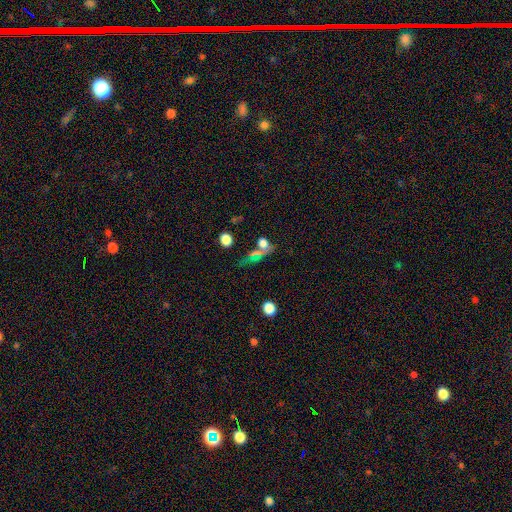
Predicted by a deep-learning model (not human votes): smooth-or-featured: smooth: 56% | star or artifact: 22% | featured or disk: 22%
  how-rounded: in between: 39% | cigar-shaped: 32% | round: 29%
  merging: none: 53% | merger: 22% | minor disturbance: 14% | major disturbance: 10%